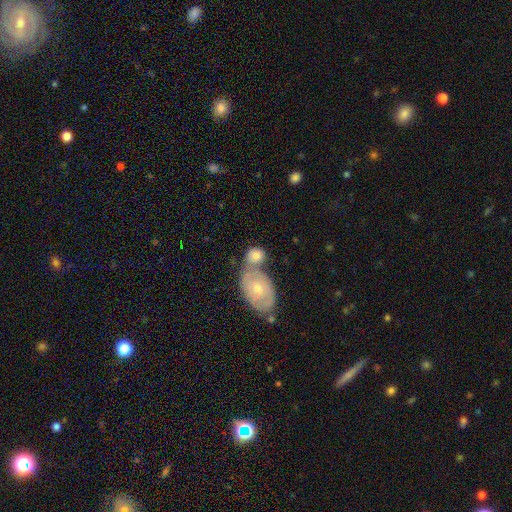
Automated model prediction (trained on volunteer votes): Morphology: type=smooth (63%); roundness=round (53%); merging=merger (47%).